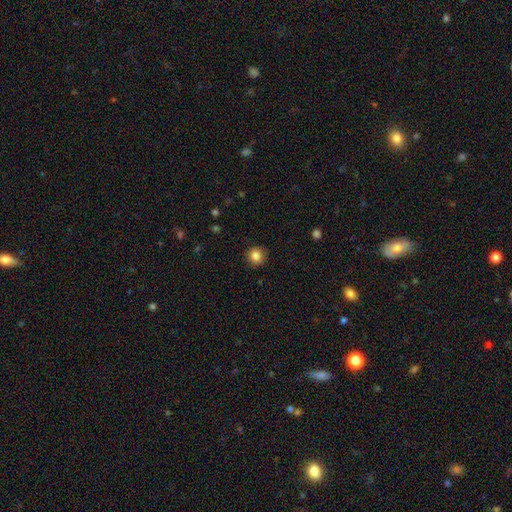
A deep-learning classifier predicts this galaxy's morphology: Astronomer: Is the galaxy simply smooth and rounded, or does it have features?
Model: smooth — 84%.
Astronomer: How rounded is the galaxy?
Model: round — 92%.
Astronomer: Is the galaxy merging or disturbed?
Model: none — 90%.